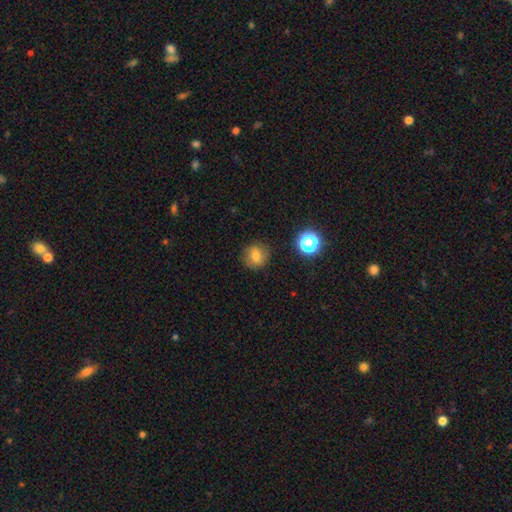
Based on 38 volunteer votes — smooth-or-featured: smooth: 79% | featured or disk: 11% | star or artifact: 11%
  how-rounded: round: 93% | in between: 7% | cigar-shaped: 0%
  merging: none: 82% | minor disturbance: 15% | major disturbance: 3% | merger: 0%